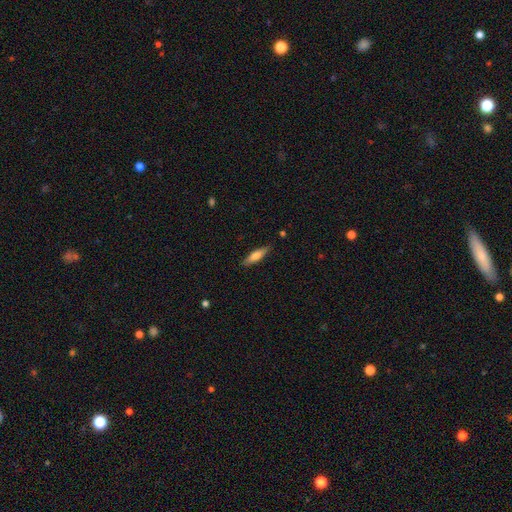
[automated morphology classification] Q: Smooth or featured?
A: smooth (64%); runner-up: featured or disk (30%)
Q: How rounded?
A: cigar-shaped (71%); runner-up: in between (27%)
Q: Merging?
A: none (86%); runner-up: minor disturbance (11%)